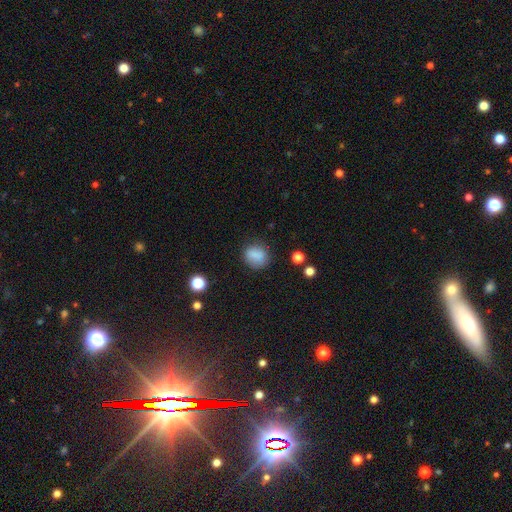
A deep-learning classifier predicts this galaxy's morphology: smooth 83%, star or artifact 10%, featured or disk 8%. Down the decision tree: how rounded — round (58%); merging — none (77%).